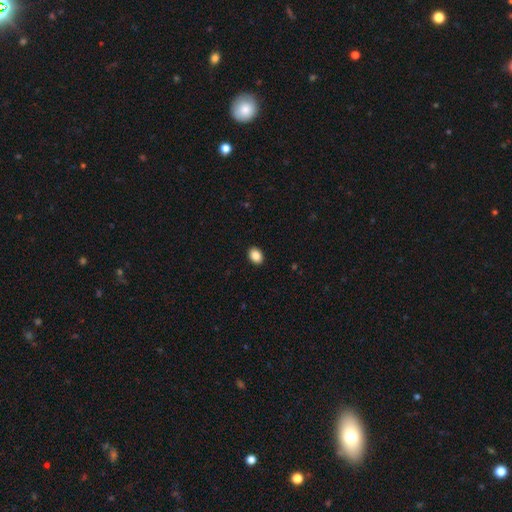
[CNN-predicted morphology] The model was most divided on "how rounded": in between: 75%, round: 24%, cigar-shaped: 1%. More confident: merging — none (91%); smooth or featured — smooth (88%).